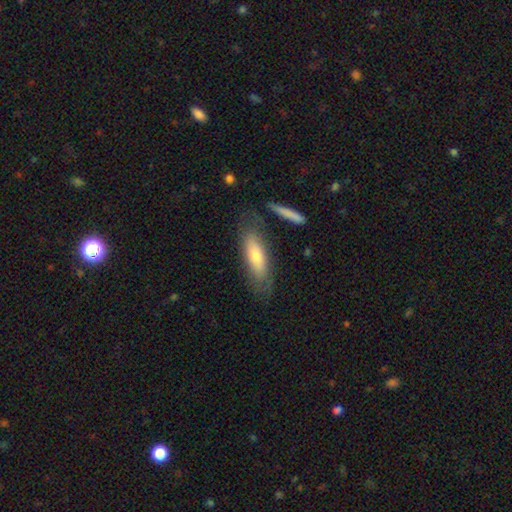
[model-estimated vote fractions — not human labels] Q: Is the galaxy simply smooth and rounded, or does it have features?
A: smooth — 62%.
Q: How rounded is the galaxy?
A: in between — 50%.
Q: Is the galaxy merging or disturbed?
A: none — 70%.